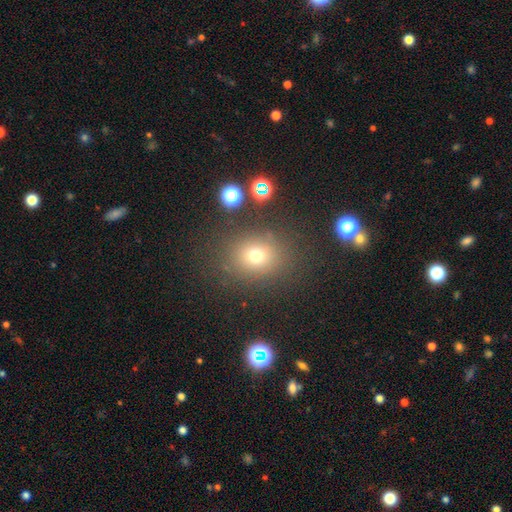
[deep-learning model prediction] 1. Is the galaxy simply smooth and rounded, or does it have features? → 70% smooth, 20% star or artifact, 11% featured or disk.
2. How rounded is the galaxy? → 67% round, 32% in between, 1% cigar-shaped.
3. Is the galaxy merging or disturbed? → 81% none, 10% minor disturbance, 6% major disturbance, 3% merger.